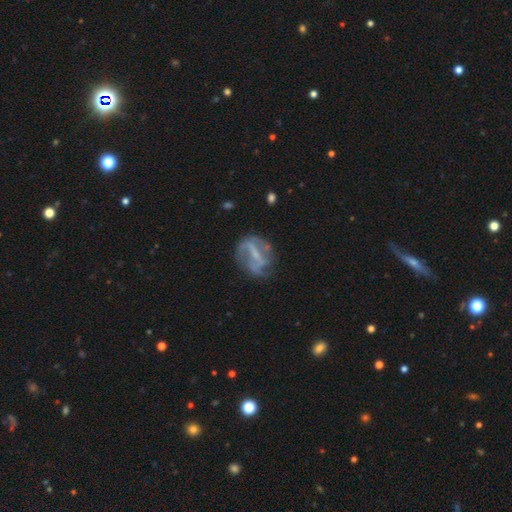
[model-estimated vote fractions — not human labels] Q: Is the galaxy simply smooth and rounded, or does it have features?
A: featured or disk — 73%.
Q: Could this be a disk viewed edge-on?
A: no — 96%.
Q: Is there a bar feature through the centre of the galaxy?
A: weak — 40%, tied with strong.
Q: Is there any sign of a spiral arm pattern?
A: yes — 68%.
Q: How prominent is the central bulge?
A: small — 43%.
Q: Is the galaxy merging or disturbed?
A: none — 54%.